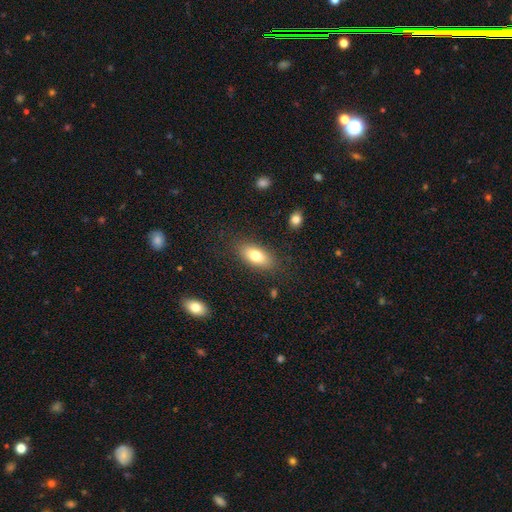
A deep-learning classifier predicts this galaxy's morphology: A smooth galaxy with no disk features (76%) that is in between round and cigar-shaped (87%). Merging: none (84%).